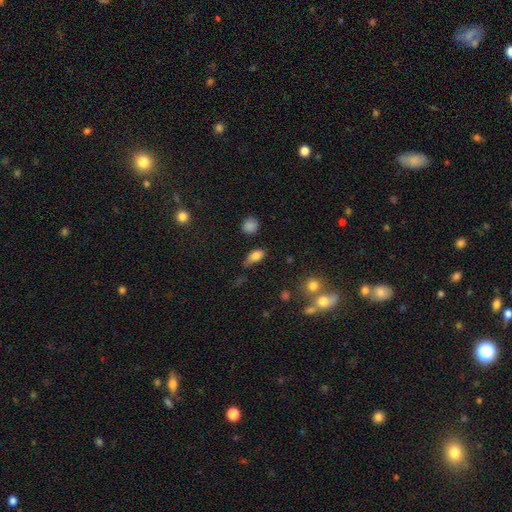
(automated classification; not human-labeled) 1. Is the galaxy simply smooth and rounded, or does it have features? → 80% smooth, 11% star or artifact, 10% featured or disk.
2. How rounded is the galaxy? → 81% in between, 11% round, 8% cigar-shaped.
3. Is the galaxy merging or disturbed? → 52% none, 32% minor disturbance, 11% major disturbance, 5% merger.